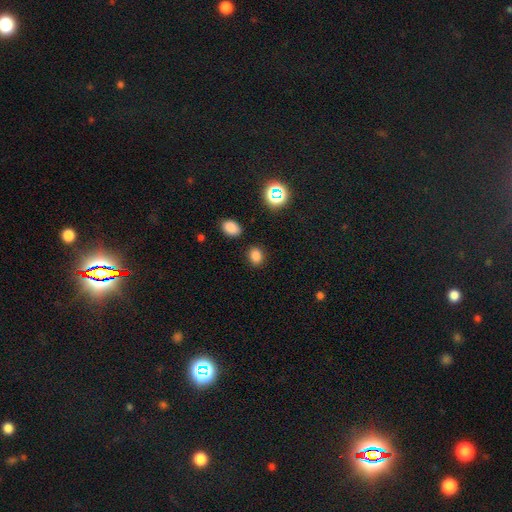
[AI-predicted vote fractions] A smooth galaxy with no disk features (81%) that is round (50%). Merging: none (85%).